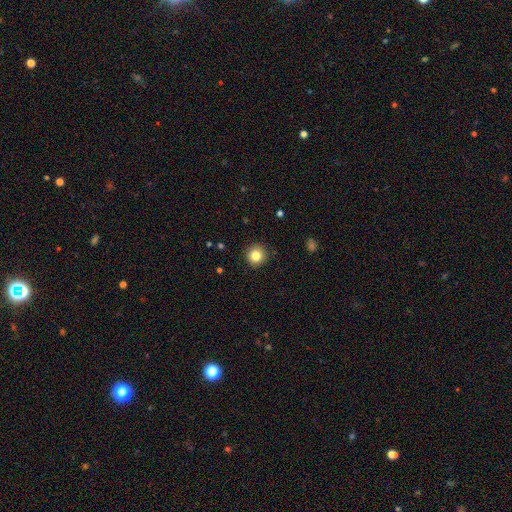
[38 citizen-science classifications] Smooth or featured? smooth (89%)
How rounded? round (91%)
Merging? none (97%)